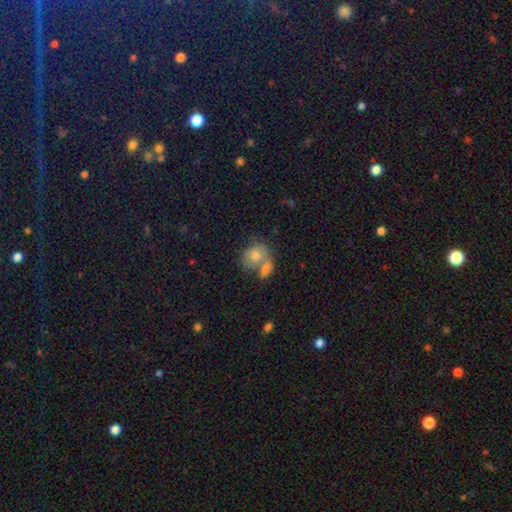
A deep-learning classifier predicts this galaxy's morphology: Smooth or featured? Predicted: smooth (p=0.70). How rounded? Predicted: round (p=0.55). Merging? Predicted: merger (p=0.51).